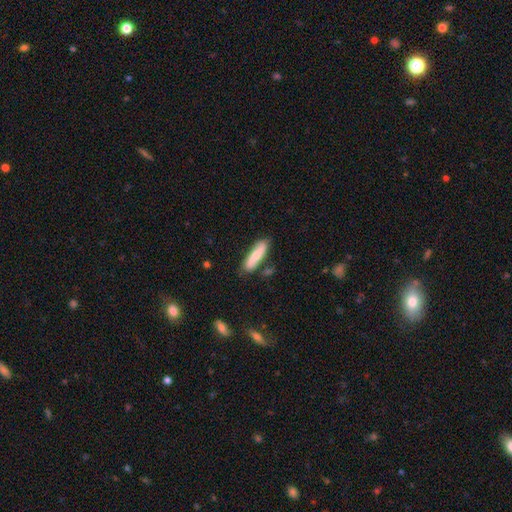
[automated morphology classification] The model was most divided on "how rounded": cigar-shaped: 65%, in between: 33%, round: 2%. More confident: merging — none (75%); smooth or featured — smooth (64%).